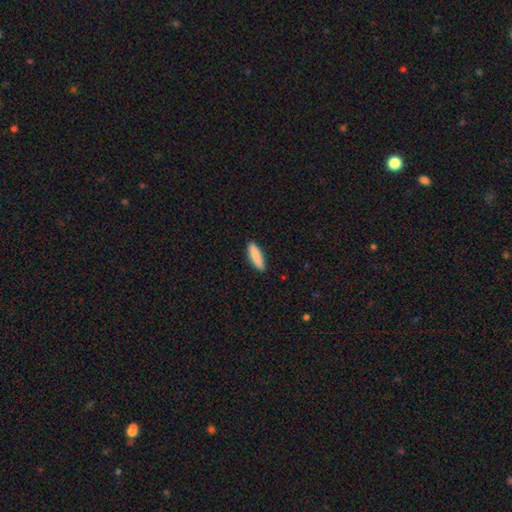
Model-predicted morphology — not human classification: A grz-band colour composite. It shows a smooth galaxy with no disk features (87%) that is cigar-shaped (65%). Merging: none (88%).